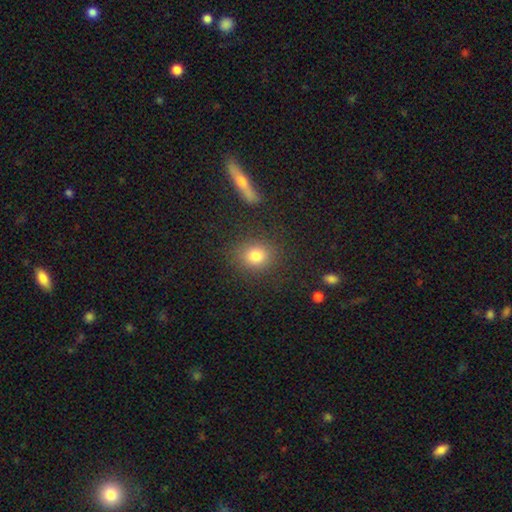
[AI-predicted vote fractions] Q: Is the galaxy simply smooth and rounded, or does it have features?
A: smooth — 80%.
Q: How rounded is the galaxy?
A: round — 73%.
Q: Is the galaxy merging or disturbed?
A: none — 84%.